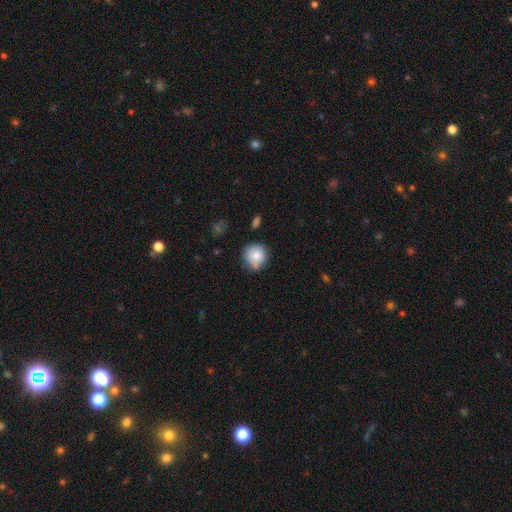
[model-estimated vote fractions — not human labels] This is clearly a smooth galaxy (82%). How rounded: clearly round (91%). Merging: likely none (68%).